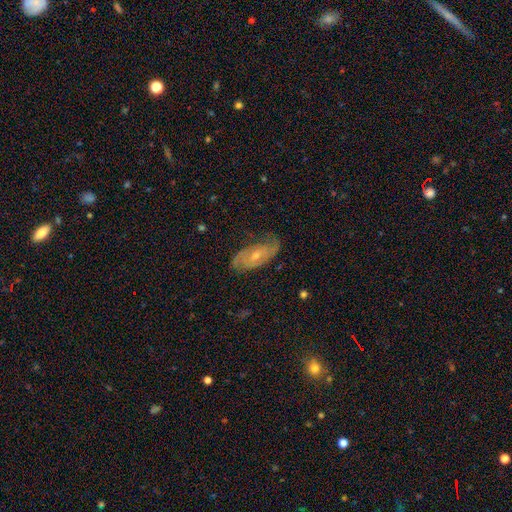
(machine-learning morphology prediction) Overall: featured or disk (71%). Edge-on disk: no (90%). Bar: no (60%; weak 31%). Spiral arms: yes (86%). Spiral arm count: 2 (62%; can't tell 25%). Spiral winding: tight (43%; medium 38%). Bulge size: moderate (49%; small 48%). Merging: none (69%).